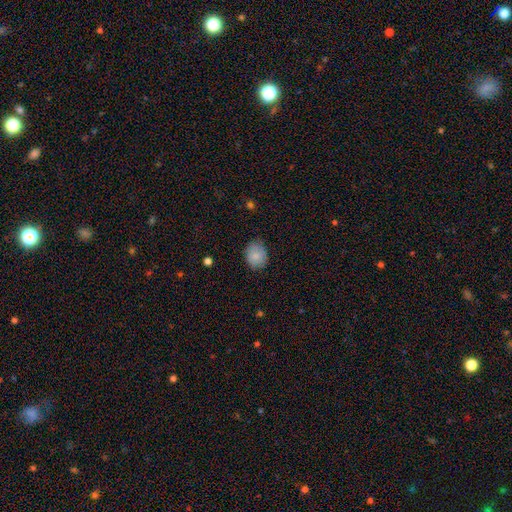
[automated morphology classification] Smooth or featured: smooth — 83% (featured or disk — 10%)
How rounded: in between — 54% (round — 45%)
Merging: none — 77% (minor disturbance — 19%)